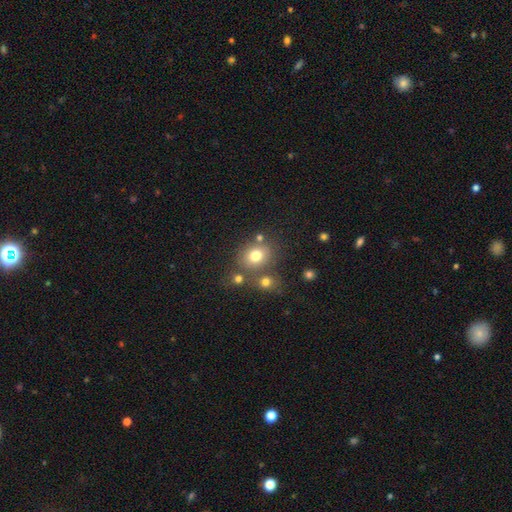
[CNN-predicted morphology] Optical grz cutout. It shows a smooth galaxy with no disk features (75%) that is round (61%). Merging: none (65%).